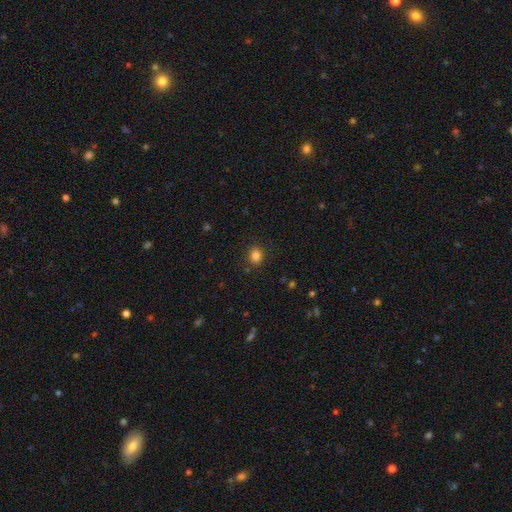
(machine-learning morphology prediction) Overall: smooth (83%). How rounded: round (73%). Merging: none (89%).